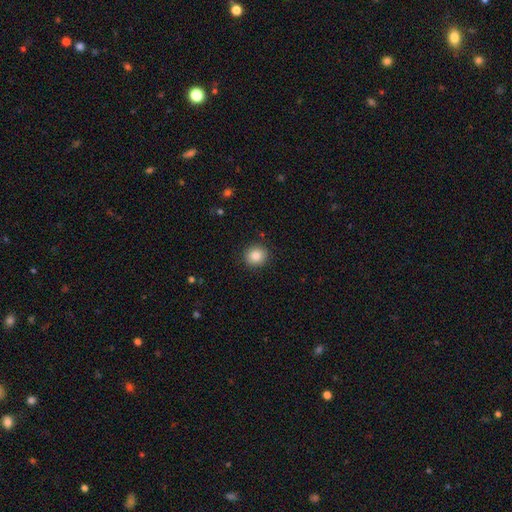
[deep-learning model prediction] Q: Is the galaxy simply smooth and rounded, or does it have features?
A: smooth — 85%.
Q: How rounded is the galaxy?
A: round — 89%.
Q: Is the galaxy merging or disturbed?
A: none — 91%.